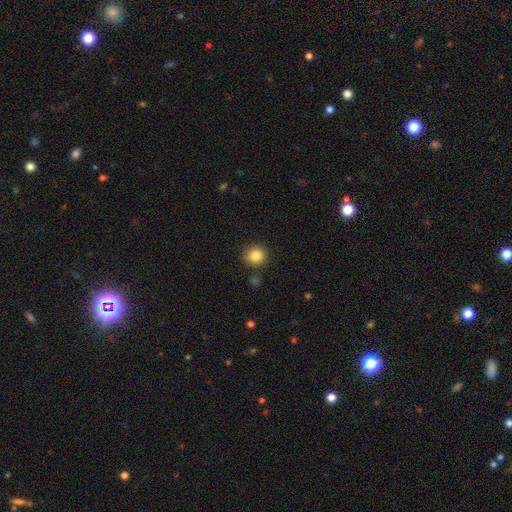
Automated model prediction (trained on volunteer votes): This appears to be a smooth galaxy with no disk features (84%) that is round (91%). Merging: none (85%).